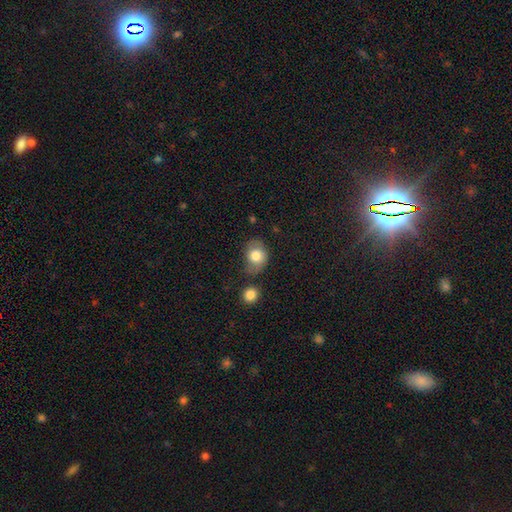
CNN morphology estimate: Q: Smooth or featured?
A: smooth (78%); runner-up: featured or disk (14%)
Q: How rounded?
A: in between (52%); runner-up: round (47%)
Q: Merging?
A: none (57%); runner-up: minor disturbance (26%)